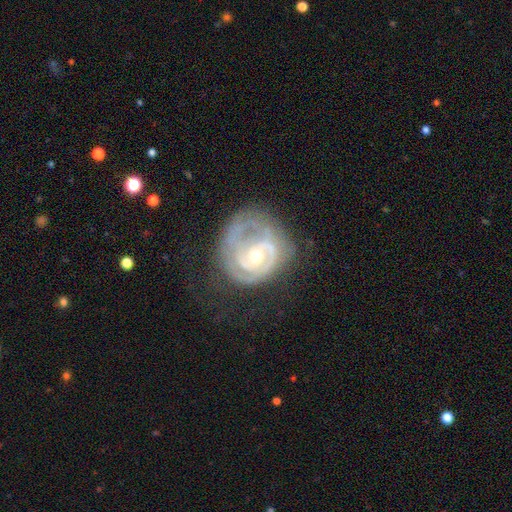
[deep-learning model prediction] A featured or disk galaxy (82%) with no bar (62%), 2 (40%) tight (63%) spiral arms (89%) and a moderate central bulge (50%). Merging: none (48%).